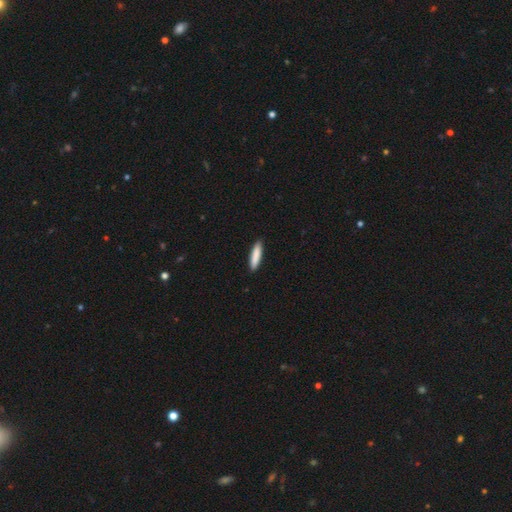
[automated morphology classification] smooth-or-featured: smooth: 86% | featured or disk: 8% | star or artifact: 5%
  how-rounded: cigar-shaped: 83% | in between: 16% | round: 1%
  merging: none: 91% | minor disturbance: 7% | major disturbance: 1% | merger: 1%